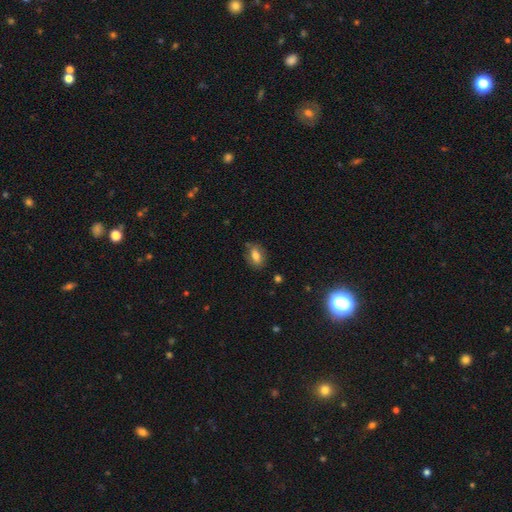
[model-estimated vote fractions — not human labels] Smooth or featured?
  - smooth: 74% *
  - featured or disk: 16%
  - star or artifact: 10%
How rounded?
  - in between: 79% *
  - round: 18%
  - cigar-shaped: 4%
Merging?
  - none: 74% *
  - minor disturbance: 20%
  - major disturbance: 4%
  - merger: 2%